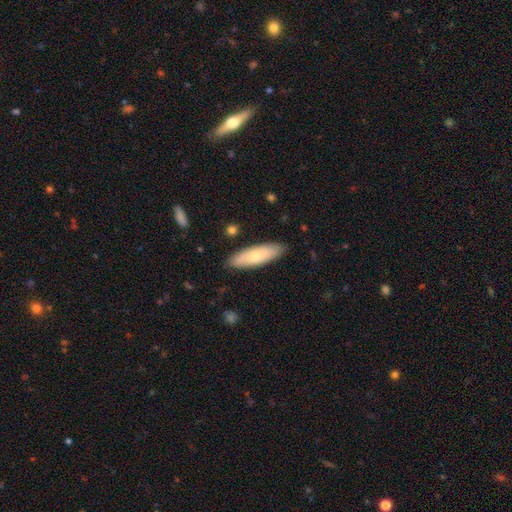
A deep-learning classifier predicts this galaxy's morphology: Smooth or featured: smooth — 63% (featured or disk — 32%)
How rounded: cigar-shaped — 55% (in between — 44%)
Merging: none — 87% (minor disturbance — 10%)